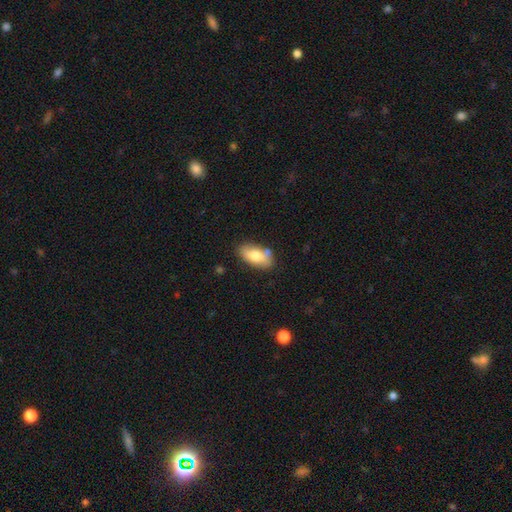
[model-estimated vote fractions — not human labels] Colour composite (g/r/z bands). It shows a smooth galaxy with no disk features (76%) that is in between round and cigar-shaped (90%). Merging: none (73%).